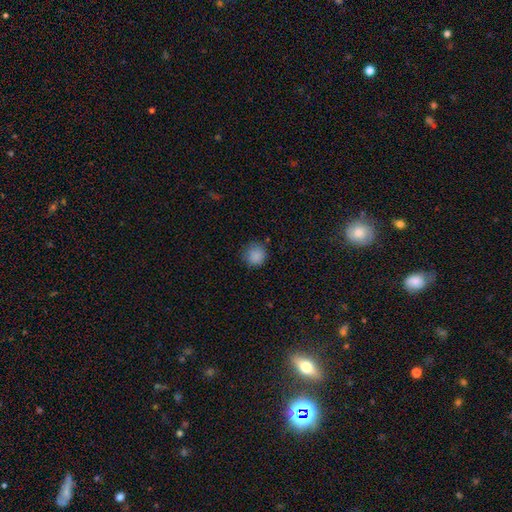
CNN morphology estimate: type=smooth (86%); roundness=round (92%); merging=none (82%).